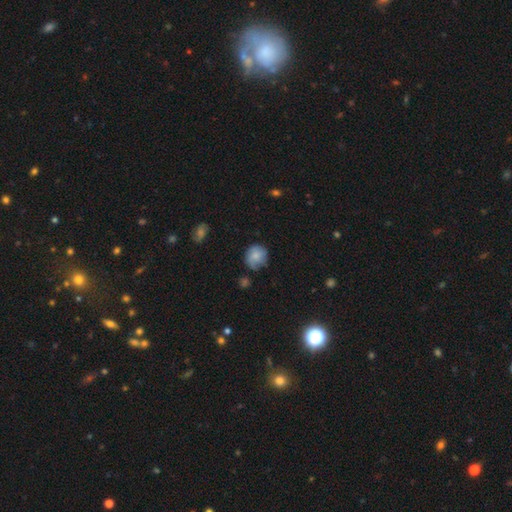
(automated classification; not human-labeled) This appears to be a smooth galaxy with no disk features (73%) that is round (81%). Merging: none (63%).